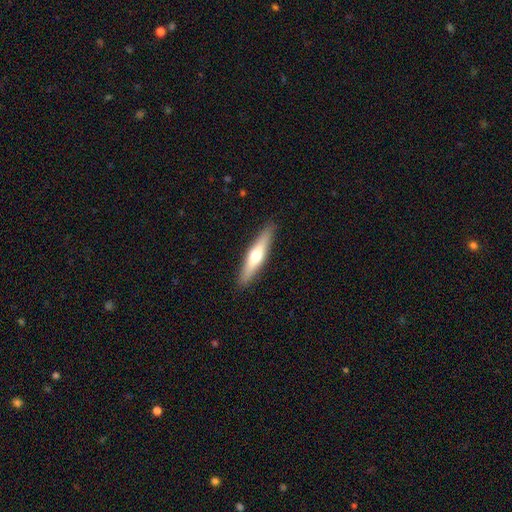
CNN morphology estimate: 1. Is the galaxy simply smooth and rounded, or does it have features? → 47% featured or disk (tied), 47% smooth (tied), 5% star or artifact.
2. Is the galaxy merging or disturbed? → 90% none, 8% minor disturbance, 2% major disturbance, 1% merger.